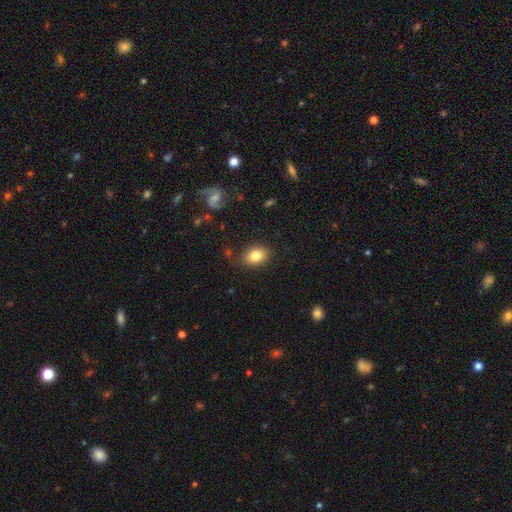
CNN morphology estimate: A smooth galaxy with no disk features (82%) that is in between round and cigar-shaped (73%). Merging: none (81%).